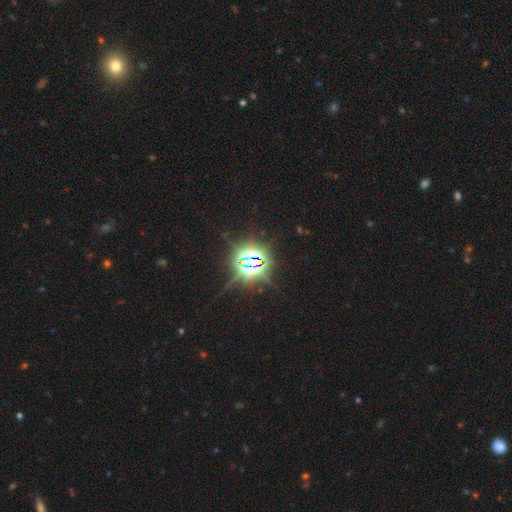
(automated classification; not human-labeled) Smooth or featured? Predicted: star or artifact (p=0.86).